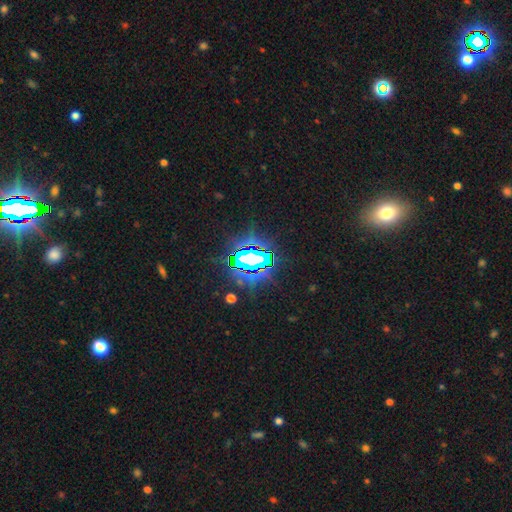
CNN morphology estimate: Smooth or featured? star or artifact (76%)